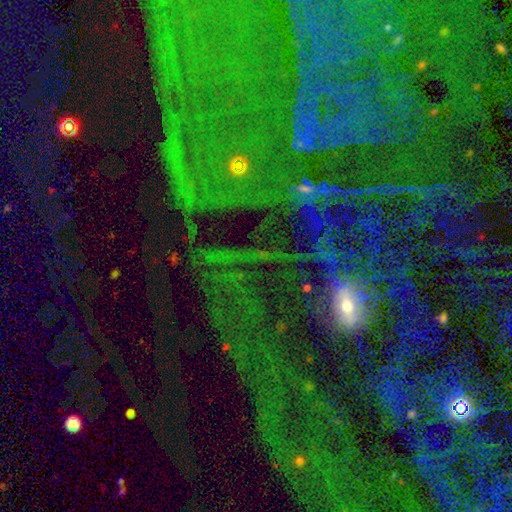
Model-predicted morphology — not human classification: Q: Smooth or featured?
A: star or artifact (72%); runner-up: featured or disk (16%)